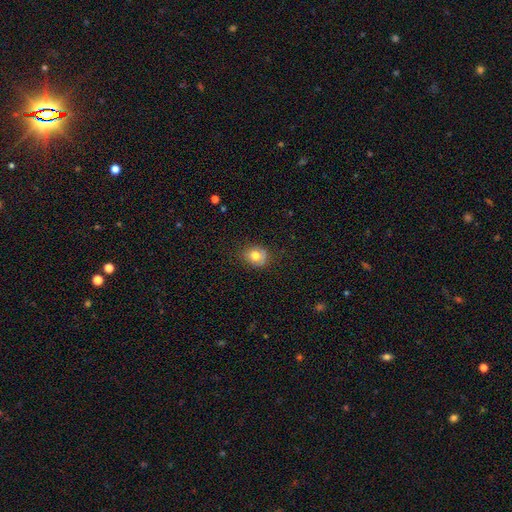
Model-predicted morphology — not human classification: Smooth or featured: smooth — 74% (featured or disk — 17%)
How rounded: round — 68% (in between — 31%)
Merging: none — 72% (minor disturbance — 21%)